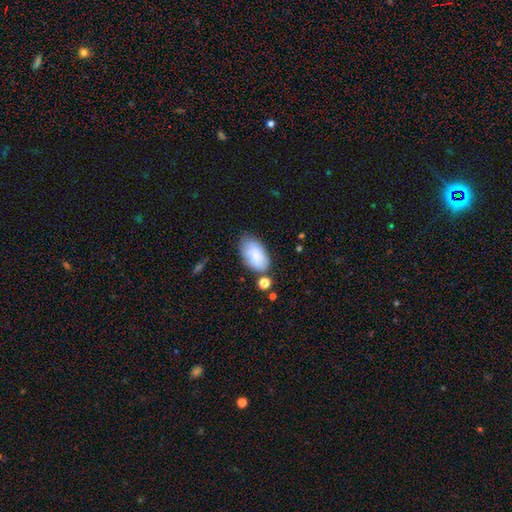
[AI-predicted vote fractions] A smooth galaxy with no disk features (78%) that is in between round and cigar-shaped (94%). Merging: none (64%).